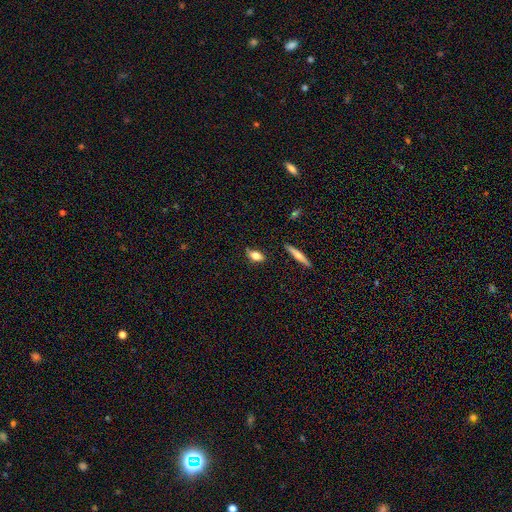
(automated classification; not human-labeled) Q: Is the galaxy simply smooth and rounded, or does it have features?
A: smooth — 74%.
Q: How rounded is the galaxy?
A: in between — 78%.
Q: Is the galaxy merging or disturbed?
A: none — 76%.